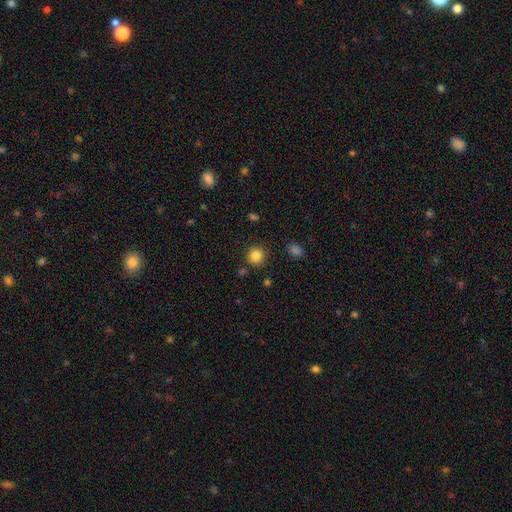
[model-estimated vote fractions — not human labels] Q: Smooth or featured?
A: smooth (85%); runner-up: star or artifact (11%)
Q: How rounded?
A: round (93%); runner-up: in between (7%)
Q: Merging?
A: none (87%); runner-up: minor disturbance (7%)